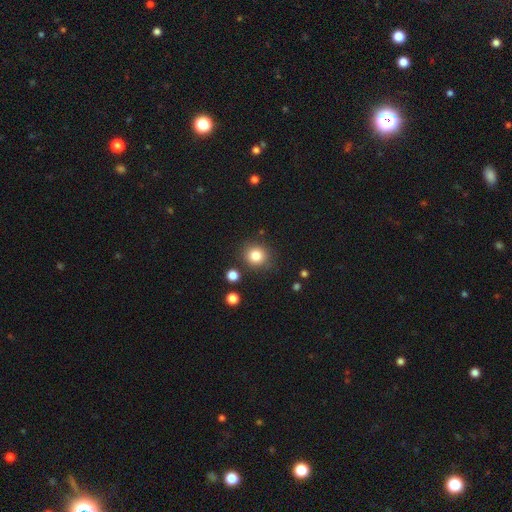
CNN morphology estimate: A smooth galaxy with no disk features (82%) that is round (86%).

Vote fractions:
- Smooth or featured? smooth: 82% / star or artifact: 11% / featured or disk: 6%
- How rounded? round: 86% / in between: 14% / cigar-shaped: 1%
- Merging? none: 84% / minor disturbance: 9% / merger: 4% / major disturbance: 3%